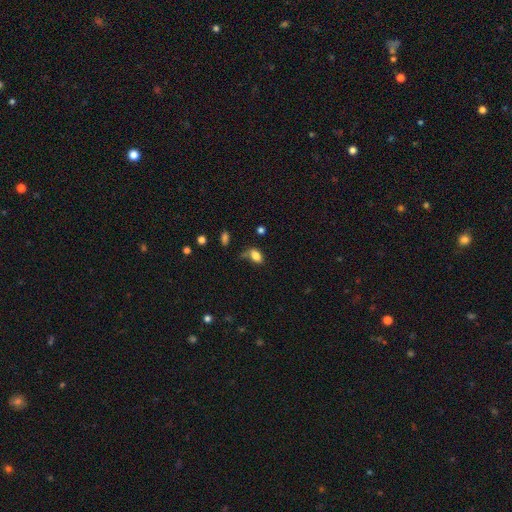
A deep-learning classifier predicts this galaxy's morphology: A smooth galaxy with no disk features (81%) that is in between round and cigar-shaped (86%).

Vote fractions:
- Smooth or featured? smooth: 81% / star or artifact: 10% / featured or disk: 8%
- How rounded? in between: 86% / round: 11% / cigar-shaped: 3%
- Merging? none: 53% / minor disturbance: 28% / major disturbance: 11% / merger: 8%